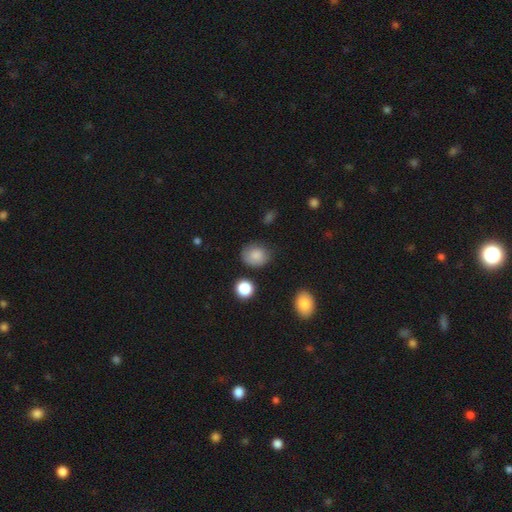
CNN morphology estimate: Q: Smooth or featured?
A: smooth (83%); runner-up: star or artifact (9%)
Q: How rounded?
A: round (59%); runner-up: in between (40%)
Q: Merging?
A: none (68%); runner-up: minor disturbance (23%)